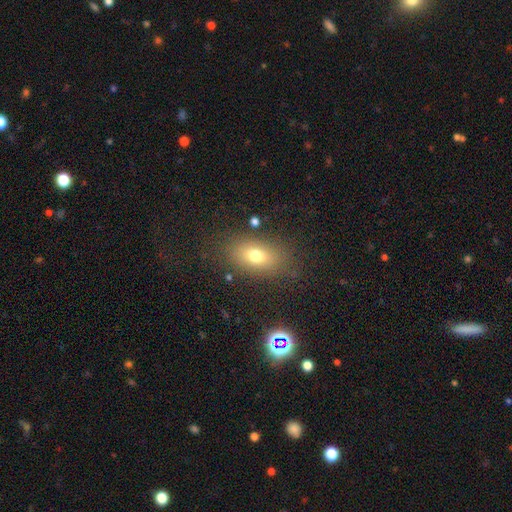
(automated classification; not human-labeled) Smooth or featured? Predicted: smooth (p=0.73). How rounded? Predicted: in between (p=0.81). Merging? Predicted: none (p=0.80).